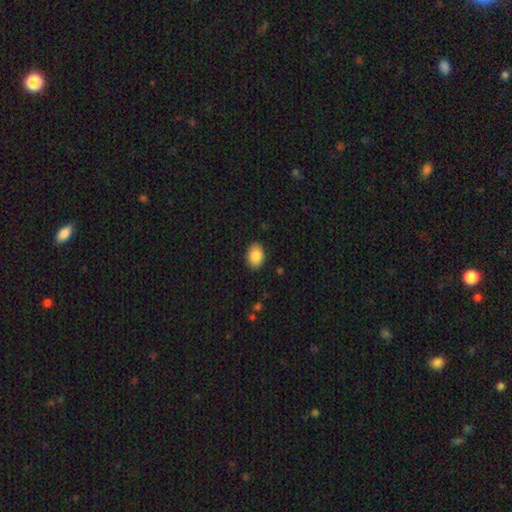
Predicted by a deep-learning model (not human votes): Smooth or featured? smooth (86%)
How rounded? in between (80%)
Merging? none (88%)